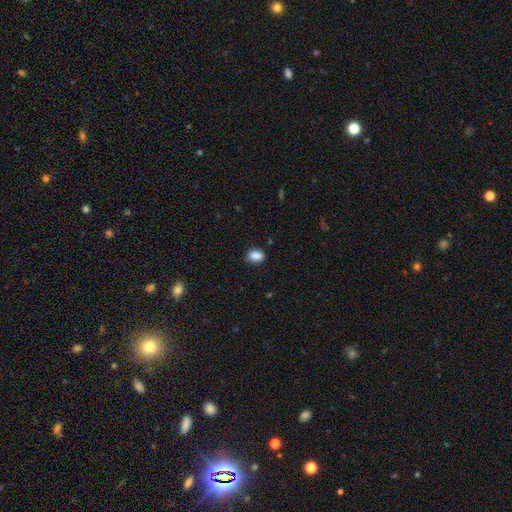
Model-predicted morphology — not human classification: Q: Smooth or featured?
A: smooth (87%); runner-up: star or artifact (9%)
Q: How rounded?
A: in between (79%); runner-up: round (19%)
Q: Merging?
A: none (81%); runner-up: minor disturbance (15%)